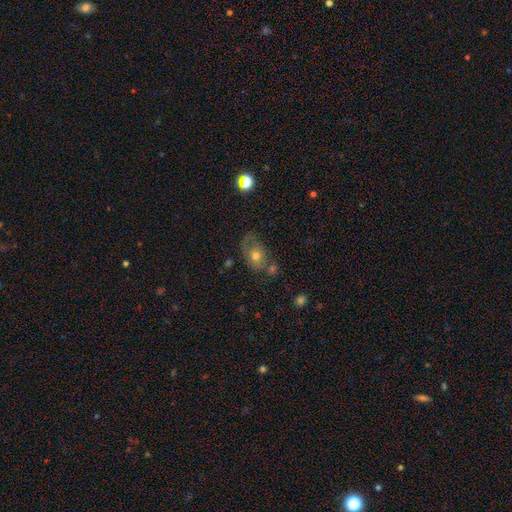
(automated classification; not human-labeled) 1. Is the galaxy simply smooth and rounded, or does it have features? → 52% smooth, 35% featured or disk, 13% star or artifact.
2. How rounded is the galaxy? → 65% in between, 33% round, 2% cigar-shaped.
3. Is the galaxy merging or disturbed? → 49% none, 23% minor disturbance, 15% merger, 13% major disturbance.